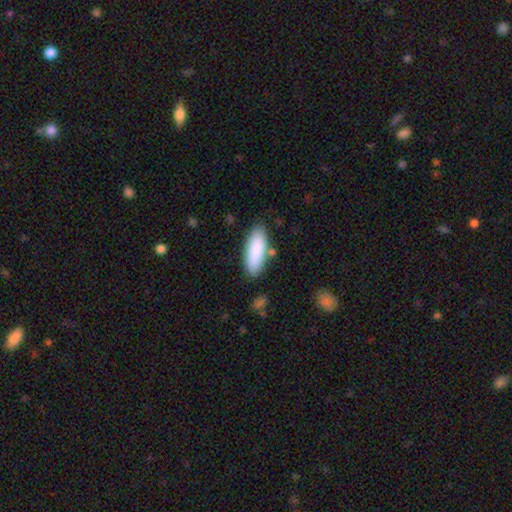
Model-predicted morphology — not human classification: This is clearly a smooth galaxy (88%). How rounded: likely in between (64%). Merging: clearly none (83%).